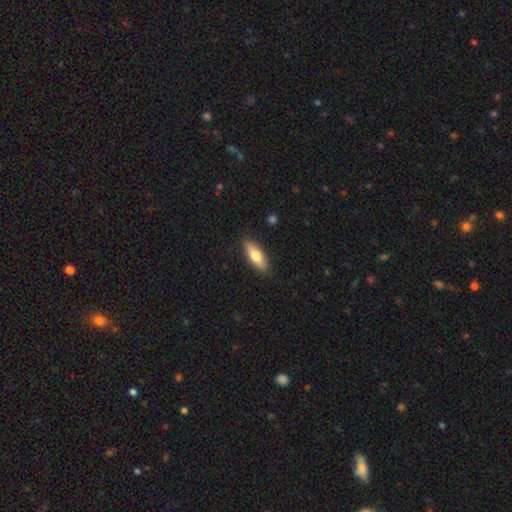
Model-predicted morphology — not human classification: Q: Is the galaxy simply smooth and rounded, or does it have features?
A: smooth — 68%.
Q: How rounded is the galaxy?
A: in between — 62%.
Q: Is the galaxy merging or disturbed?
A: none — 88%.